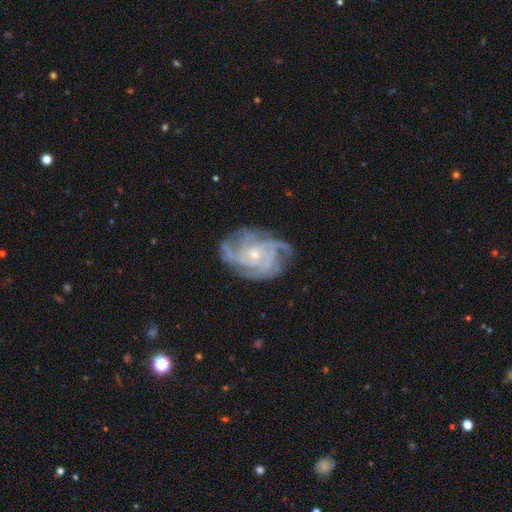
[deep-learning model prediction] smooth-or-featured: featured or disk: 84% | star or artifact: 9% | smooth: 7%
  disk-edge-on: no: 97% | yes: 3%
    bar: no: 68% | weak: 25% | strong: 6%
    has-spiral-arms: yes: 98% | no: 2%
      spiral-winding: tight: 62% | medium: 32% | loose: 6%
      spiral-arm-count: 4: 38% | 3: 17% | can't tell: 16% | more than 4: 14% | 2: 8% | 1: 7%
    bulge-size: small: 63% | moderate: 33% | none: 2% | large: 1% | dominant: 1%
  merging: none: 78% | minor disturbance: 15% | major disturbance: 5% | merger: 1%